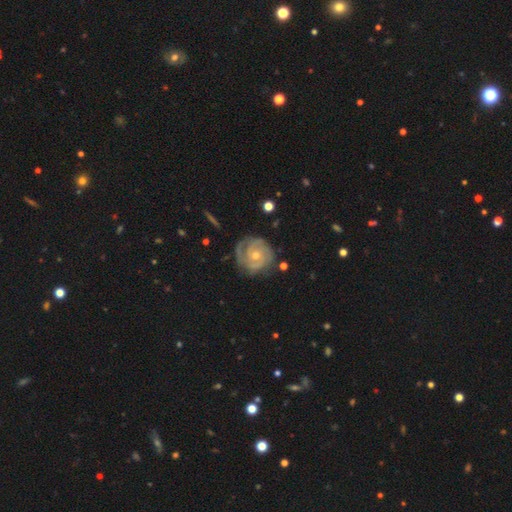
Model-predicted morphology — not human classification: smooth_or_featured: featured or disk (p=0.86) [alt: smooth p=0.09]
disk_edge_on: no (p=0.98) [alt: yes p=0.02]
bar: no (p=0.70) [alt: weak p=0.26]
has_spiral_arms: yes (p=0.96) [alt: no p=0.04]
spiral_winding: tight (p=0.69) [alt: medium p=0.26]
spiral_arm_count: 2 (p=0.46) [alt: 3 p=0.22]
bulge_size: moderate (p=0.50) [alt: small p=0.47]
merging: none (p=0.71) [alt: minor disturbance p=0.20]